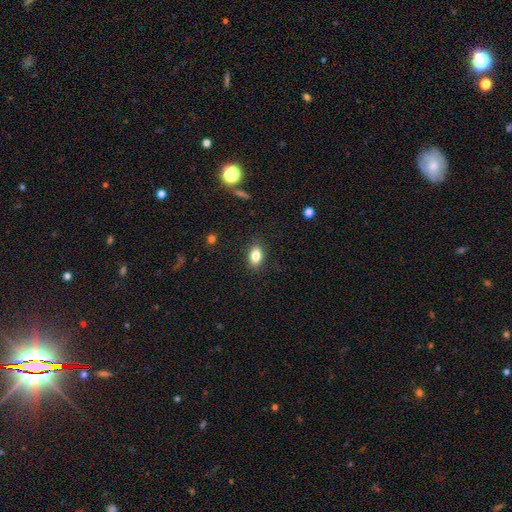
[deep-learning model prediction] This appears to be a smooth galaxy with no disk features (82%) that is in between round and cigar-shaped (85%). Merging: none (87%).